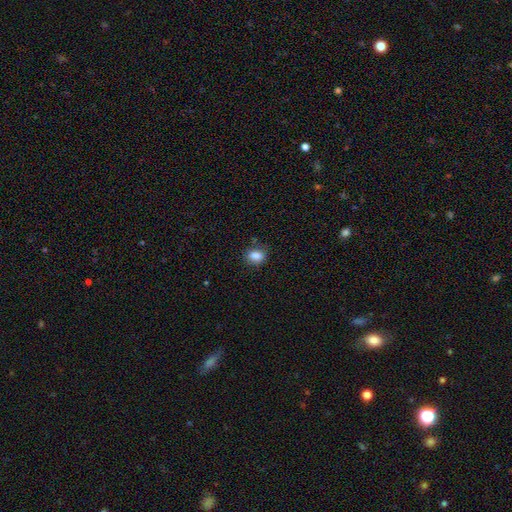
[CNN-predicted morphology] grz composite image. It shows a smooth galaxy with no disk features (86%) that is in between round and cigar-shaped (67%). Merging: none (79%).